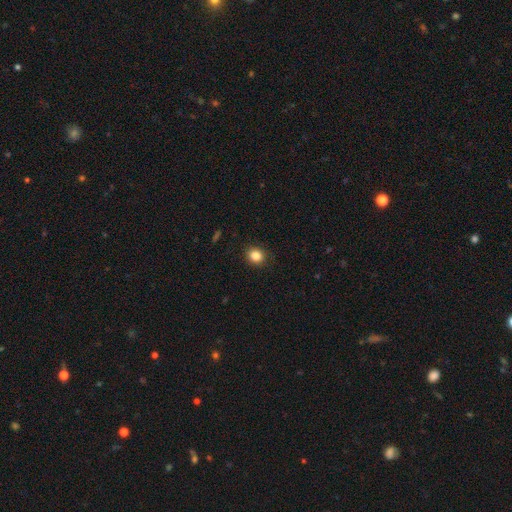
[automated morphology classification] This appears to be a smooth galaxy with no disk features (85%) that is round (69%). Merging: none (89%).